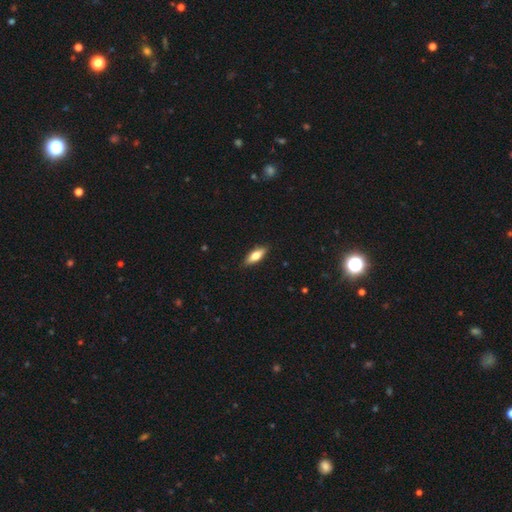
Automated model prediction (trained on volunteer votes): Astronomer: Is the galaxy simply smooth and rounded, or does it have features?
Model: smooth — 67%.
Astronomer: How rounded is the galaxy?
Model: in between — 63%.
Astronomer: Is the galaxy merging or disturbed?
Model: none — 88%.